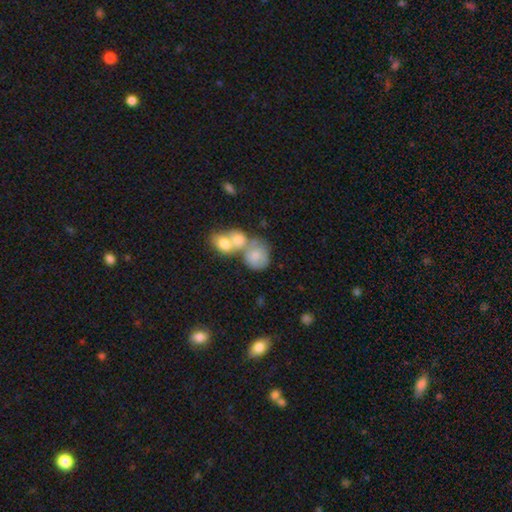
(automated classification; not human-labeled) This appears to be a smooth galaxy with no disk features (69%) that is round (65%). Merging: merger (62%).